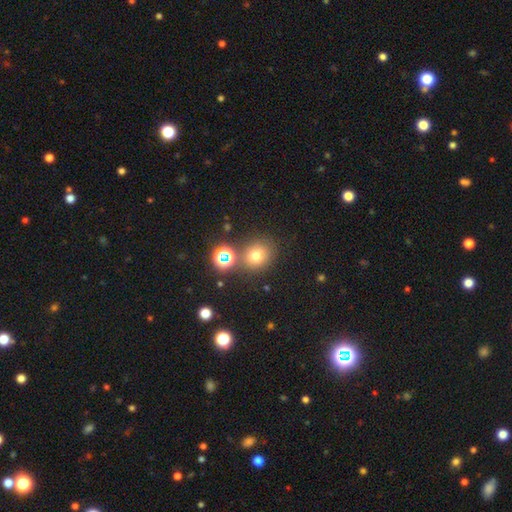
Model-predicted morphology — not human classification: The model was most divided on "smooth or featured": smooth: 69%, star or artifact: 22%, featured or disk: 10%. More confident: how rounded — round (81%); merging — none (73%).